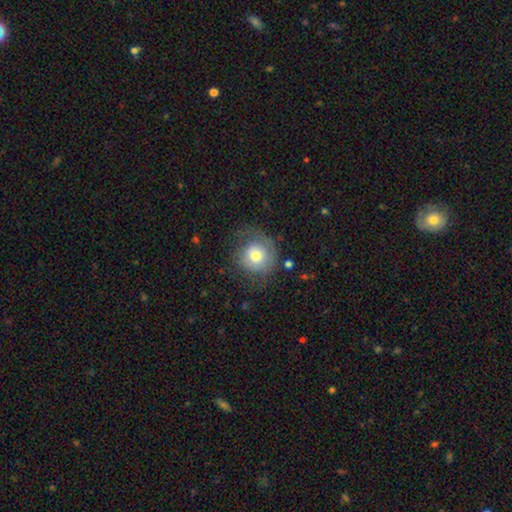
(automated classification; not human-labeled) Smooth or featured? smooth (65%)
How rounded? round (89%)
Merging? none (54%)